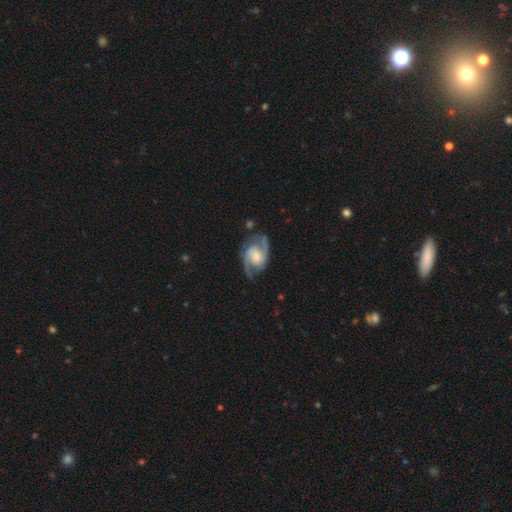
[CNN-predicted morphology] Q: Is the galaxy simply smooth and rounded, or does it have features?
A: featured or disk — 89%.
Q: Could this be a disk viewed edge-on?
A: no — 98%.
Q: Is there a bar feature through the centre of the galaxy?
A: no — 49%.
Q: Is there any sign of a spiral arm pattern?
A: yes — 97%.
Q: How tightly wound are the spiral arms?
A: medium — 57%.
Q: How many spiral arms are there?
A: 2 — 92%.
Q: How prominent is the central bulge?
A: moderate — 39%.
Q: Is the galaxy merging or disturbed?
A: none — 77%.